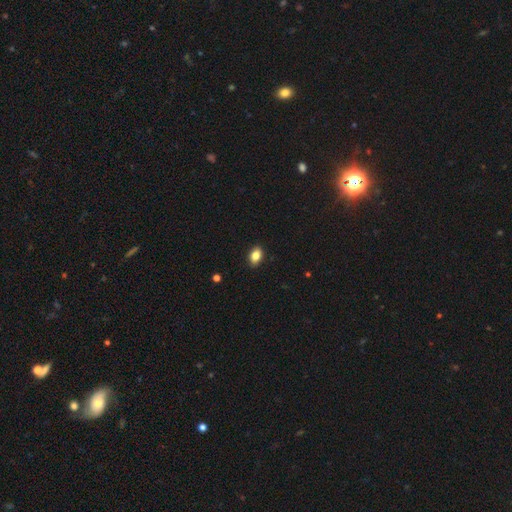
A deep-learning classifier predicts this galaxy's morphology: Smooth or featured?
  - smooth: 85% *
  - star or artifact: 9%
  - featured or disk: 6%
How rounded?
  - in between: 83% *
  - round: 15%
  - cigar-shaped: 2%
Merging?
  - none: 89% *
  - minor disturbance: 8%
  - major disturbance: 2%
  - merger: 1%